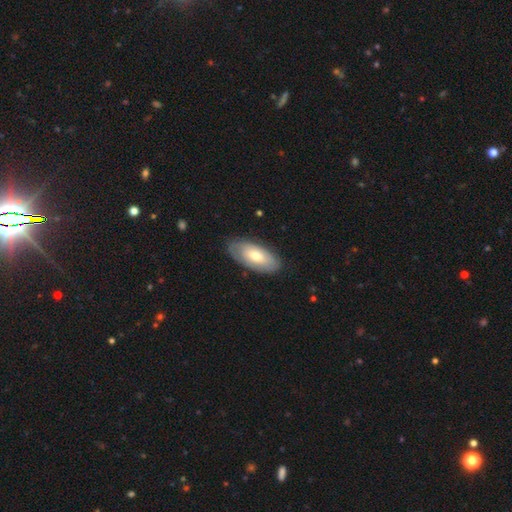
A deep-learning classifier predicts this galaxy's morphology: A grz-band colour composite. It shows a smooth galaxy with no disk features (60%) that is in between round and cigar-shaped (91%). Merging: none (83%).